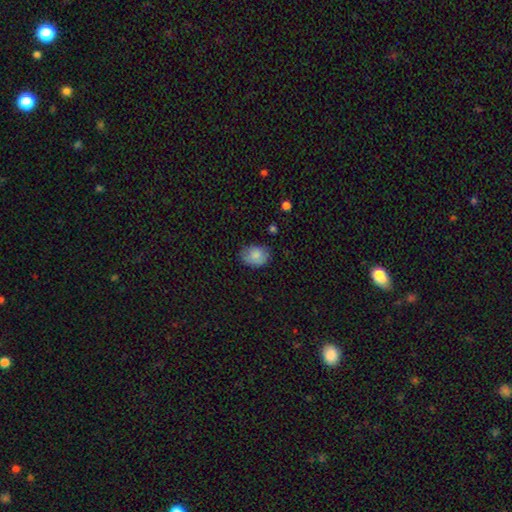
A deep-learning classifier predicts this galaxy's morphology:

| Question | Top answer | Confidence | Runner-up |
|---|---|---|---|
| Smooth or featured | smooth | 84% | featured or disk (9%) |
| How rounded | in between | 66% | round (33%) |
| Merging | none | 74% | minor disturbance (21%) |